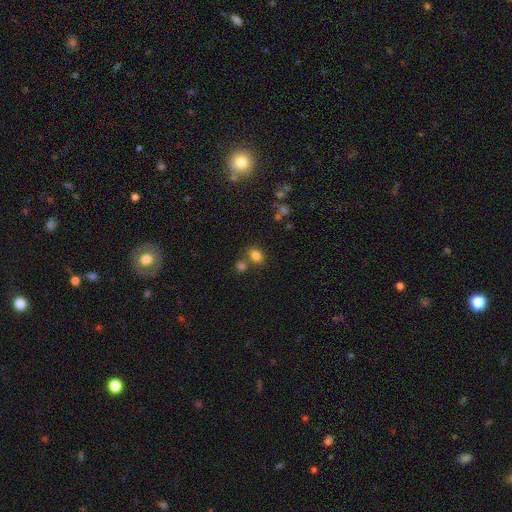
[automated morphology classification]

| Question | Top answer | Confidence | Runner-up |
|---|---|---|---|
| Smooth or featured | smooth | 80% | star or artifact (13%) |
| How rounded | in between | 57% | round (41%) |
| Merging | none | 62% | merger (22%) |